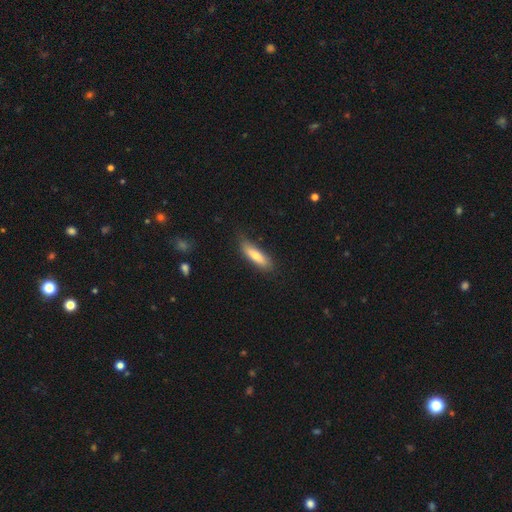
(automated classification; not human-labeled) This appears to be a smooth galaxy with no disk features (74%) that is cigar-shaped (63%). Merging: none (75%).